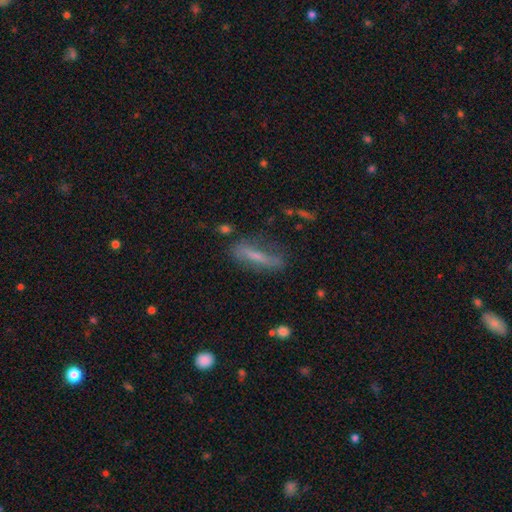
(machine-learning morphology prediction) Smooth or featured? smooth (48%)
Merging? none (65%)